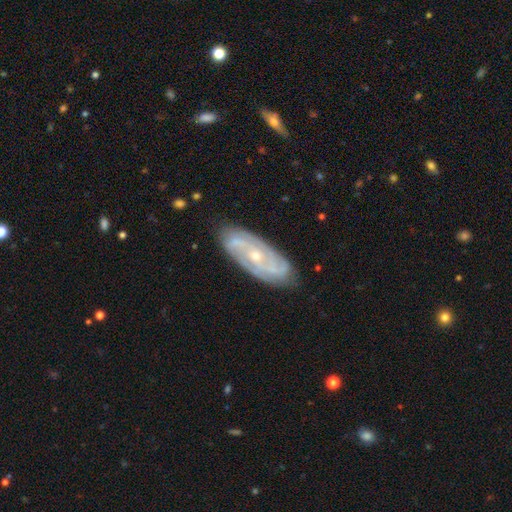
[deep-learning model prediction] A featured or disk galaxy (85%) with no bar (69%), 2 (29%, tied with 3) tight (59%) spiral arms (96%) and a small central bulge (63%). Merging: none (81%).